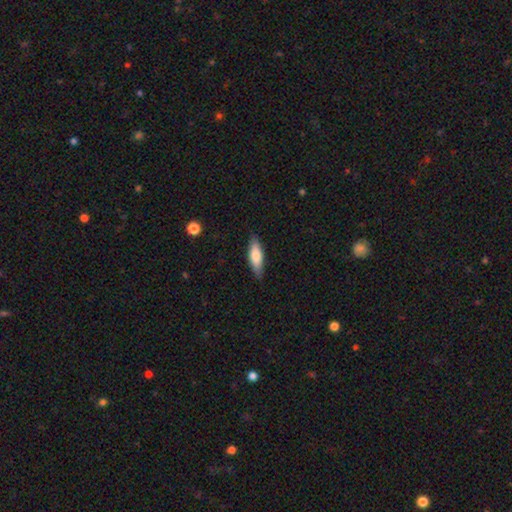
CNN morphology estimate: smooth 74%, featured or disk 20%, star or artifact 6%. Down the decision tree: how rounded — in between (53%); merging — none (84%).